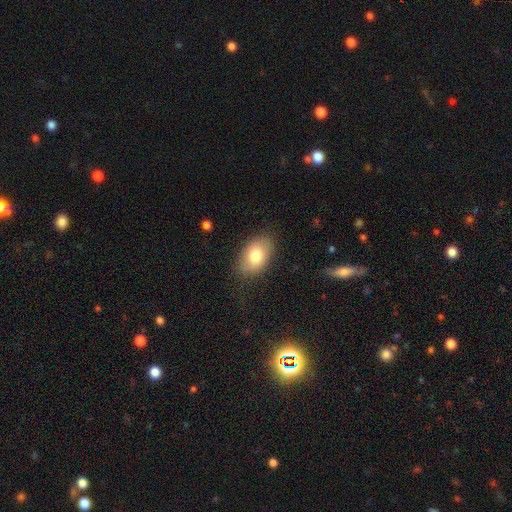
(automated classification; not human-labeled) smooth 78%, featured or disk 15%, star or artifact 7%. Down the decision tree: how rounded — in between (89%); merging — none (80%).